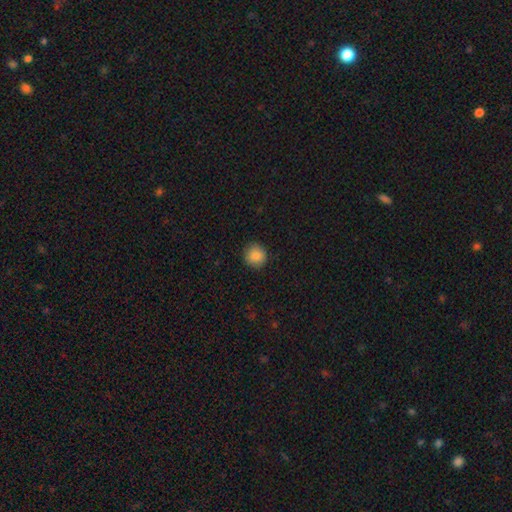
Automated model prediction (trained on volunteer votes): Smooth or featured? Predicted: smooth (p=0.87). How rounded? Predicted: round (p=0.92). Merging? Predicted: none (p=0.90).